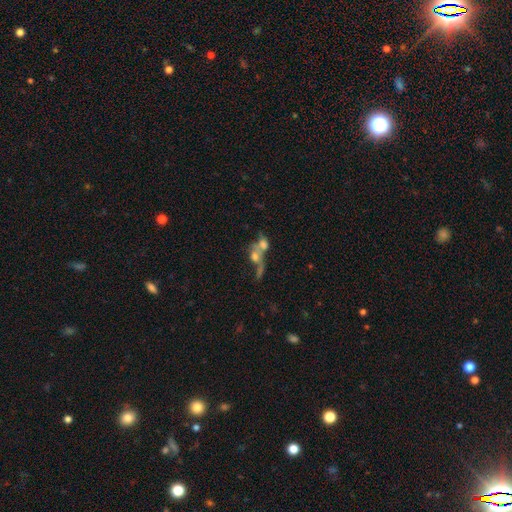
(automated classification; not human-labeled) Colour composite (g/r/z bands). It shows a smooth galaxy with no disk features (43%). Merging: merger (64%).